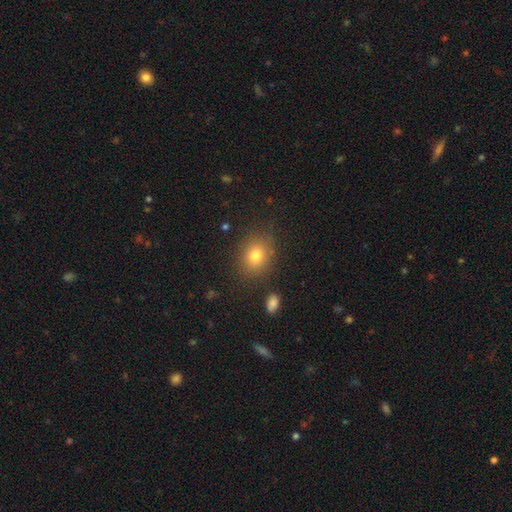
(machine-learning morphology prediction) Smooth or featured: smooth — 78% (star or artifact — 12%)
How rounded: round — 58% (in between — 41%)
Merging: none — 84% (minor disturbance — 10%)